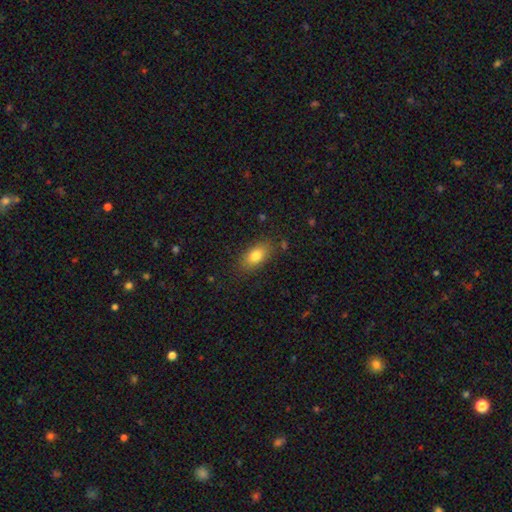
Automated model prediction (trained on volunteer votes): Morphology: type=smooth (81%); roundness=in between (89%); merging=none (81%).